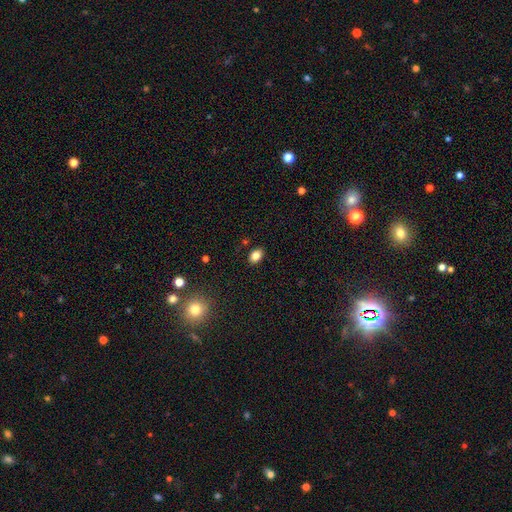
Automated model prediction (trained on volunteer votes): Smooth or featured: smooth — 83% (star or artifact — 10%)
How rounded: in between — 82% (round — 16%)
Merging: none — 87% (minor disturbance — 9%)